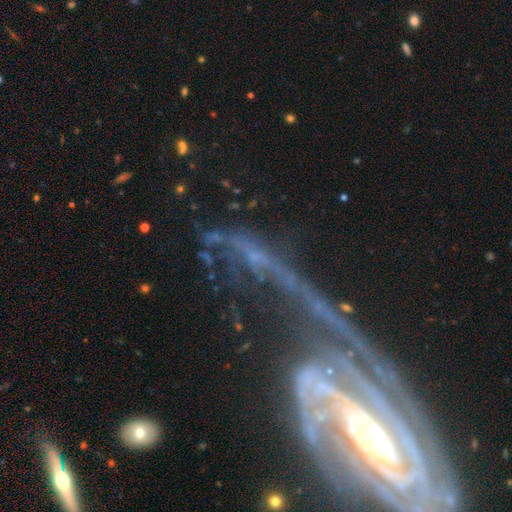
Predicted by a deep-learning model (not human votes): featured or disk 60%, star or artifact 26%, smooth 15%. Down the decision tree: edge-on disk — no (76%); merging — none (33%).